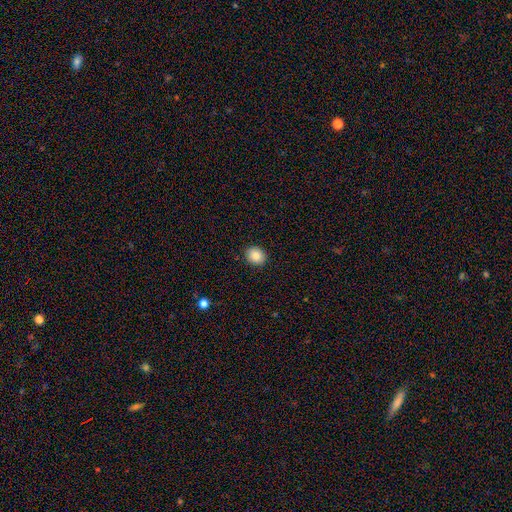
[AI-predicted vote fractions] The model was most divided on "how rounded": round: 72%, in between: 27%, cigar-shaped: 1%. More confident: merging — none (91%); smooth or featured — smooth (85%).